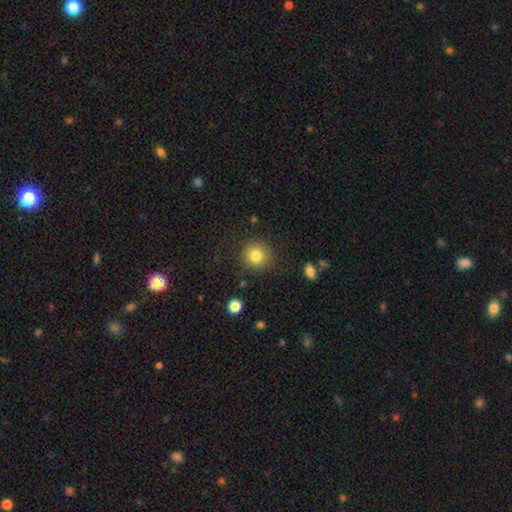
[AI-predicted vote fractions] Smooth or featured?
  - smooth: 83% *
  - star or artifact: 10%
  - featured or disk: 7%
How rounded?
  - round: 91% *
  - in between: 8%
  - cigar-shaped: 1%
Merging?
  - none: 87% *
  - minor disturbance: 8%
  - major disturbance: 3%
  - merger: 2%